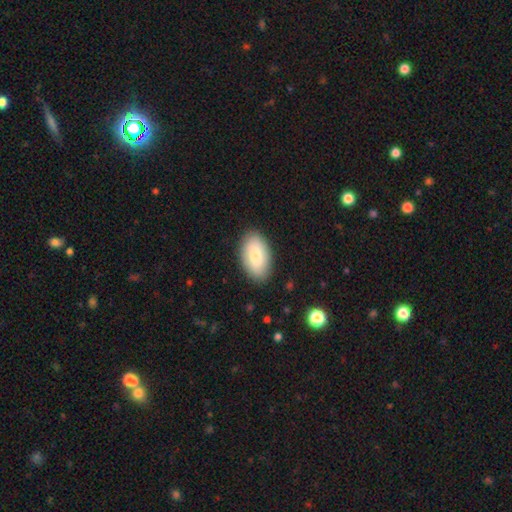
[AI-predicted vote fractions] Smooth or featured? Predicted: smooth (p=0.80). How rounded? Predicted: in between (p=0.94). Merging? Predicted: none (p=0.87).